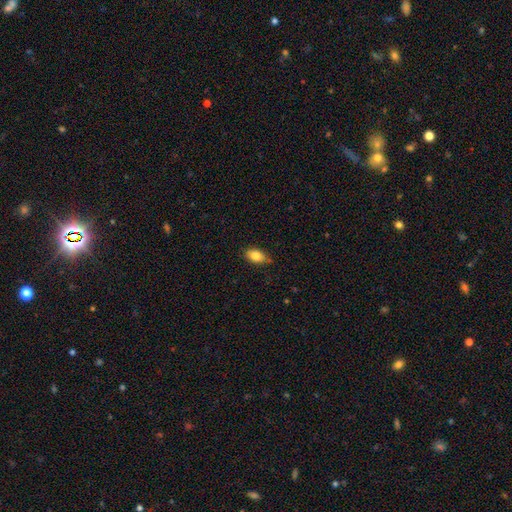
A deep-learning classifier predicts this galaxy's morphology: type=smooth (84%); roundness=in between (87%); merging=none (81%).